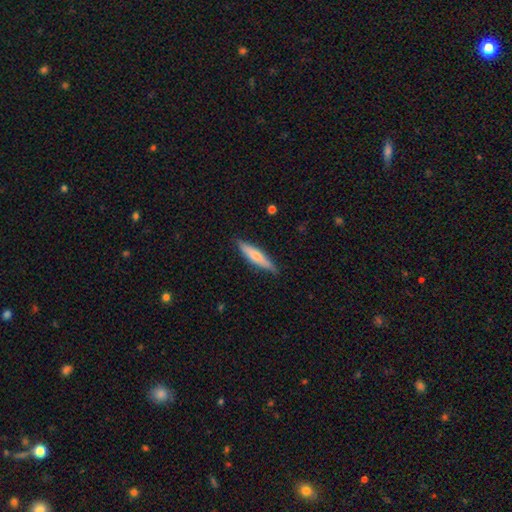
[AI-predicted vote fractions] This appears to be a smooth galaxy with no disk features (63%) that is cigar-shaped (83%). Merging: none (86%).